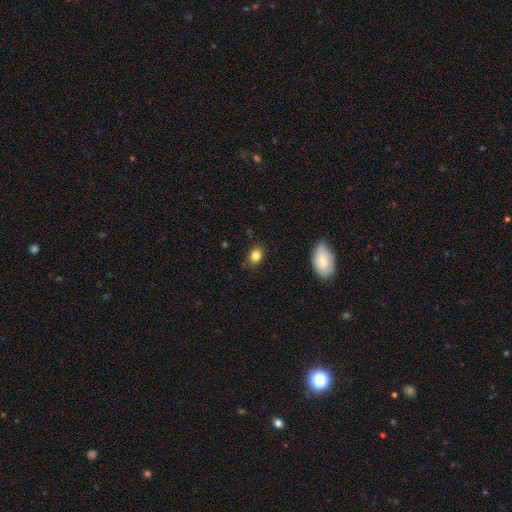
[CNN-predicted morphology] This appears to be a smooth galaxy with no disk features (83%) that is in between round and cigar-shaped (51%). Merging: none (85%).